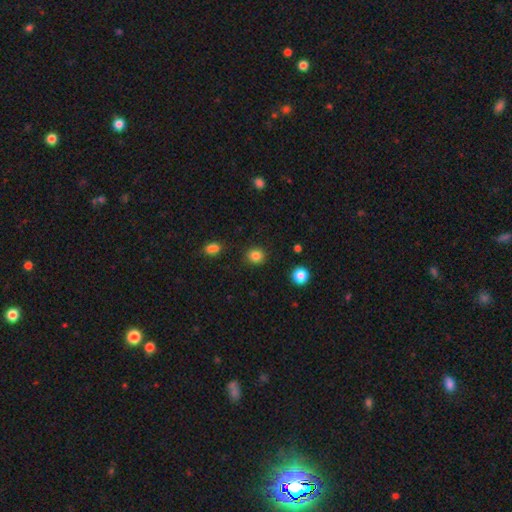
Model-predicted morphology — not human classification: Smooth or featured?
  - smooth: 85% *
  - star or artifact: 11%
  - featured or disk: 4%
How rounded?
  - round: 85% *
  - in between: 14%
  - cigar-shaped: 1%
Merging?
  - none: 89% *
  - minor disturbance: 7%
  - major disturbance: 2%
  - merger: 2%